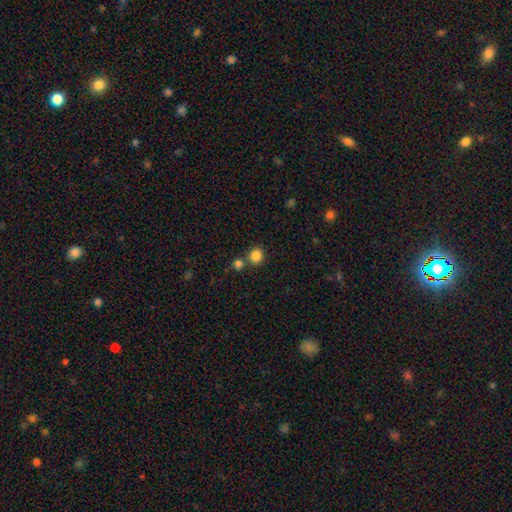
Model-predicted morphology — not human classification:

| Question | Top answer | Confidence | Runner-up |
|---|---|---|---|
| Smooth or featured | smooth | 84% | star or artifact (12%) |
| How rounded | round | 88% | in between (11%) |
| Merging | none | 70% | merger (20%) |